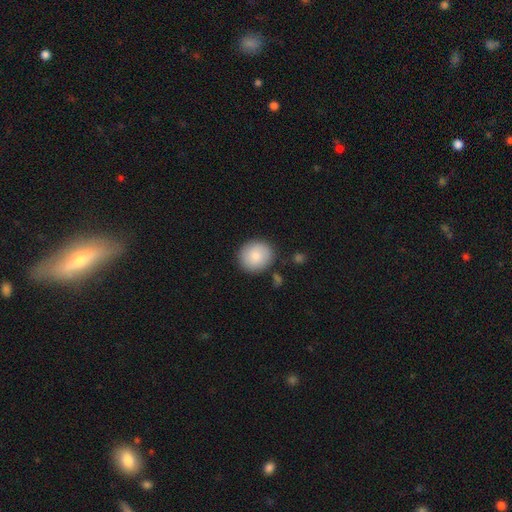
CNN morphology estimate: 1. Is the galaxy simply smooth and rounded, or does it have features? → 84% smooth, 9% featured or disk, 7% star or artifact.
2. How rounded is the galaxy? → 84% round, 15% in between, 1% cigar-shaped.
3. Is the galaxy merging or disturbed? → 84% none, 10% minor disturbance, 3% merger, 3% major disturbance.